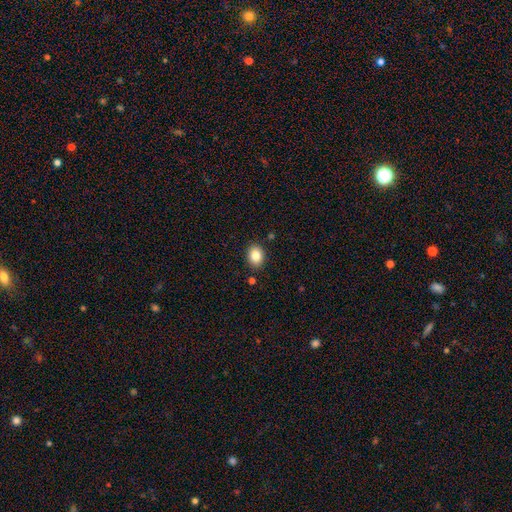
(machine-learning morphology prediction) A smooth galaxy with no disk features (85%) that is in between round and cigar-shaped (61%).

Vote fractions:
- Smooth or featured? smooth: 85% / star or artifact: 9% / featured or disk: 6%
- How rounded? in between: 61% / round: 38% / cigar-shaped: 1%
- Merging? none: 87% / minor disturbance: 8% / merger: 2% / major disturbance: 2%